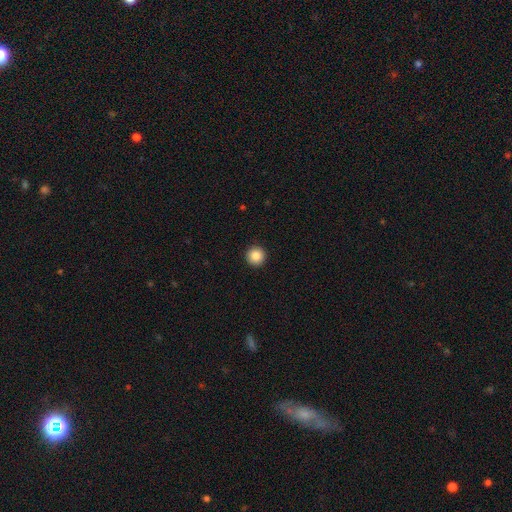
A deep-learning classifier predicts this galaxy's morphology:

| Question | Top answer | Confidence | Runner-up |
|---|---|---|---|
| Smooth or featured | smooth | 86% | star or artifact (9%) |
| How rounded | round | 96% | in between (3%) |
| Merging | none | 93% | minor disturbance (4%) |